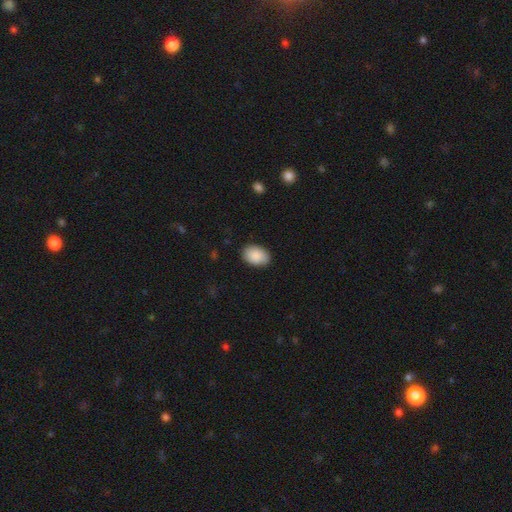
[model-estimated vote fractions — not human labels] This appears to be a smooth galaxy with no disk features (90%) that is in between round and cigar-shaped (85%). Merging: none (87%).